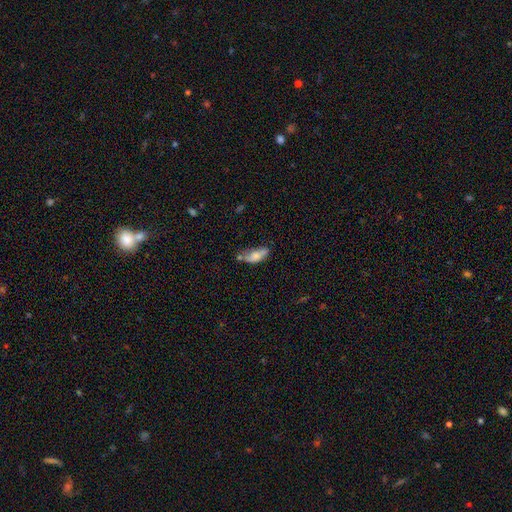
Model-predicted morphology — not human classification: This appears to be a smooth galaxy with no disk features (69%) that is in between round and cigar-shaped (80%). Merging: none (41%).